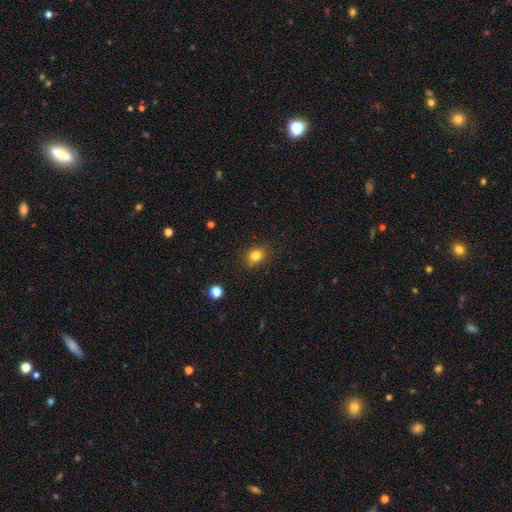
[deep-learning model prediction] This appears to be a smooth galaxy with no disk features (82%) that is round (54%). Merging: none (87%).